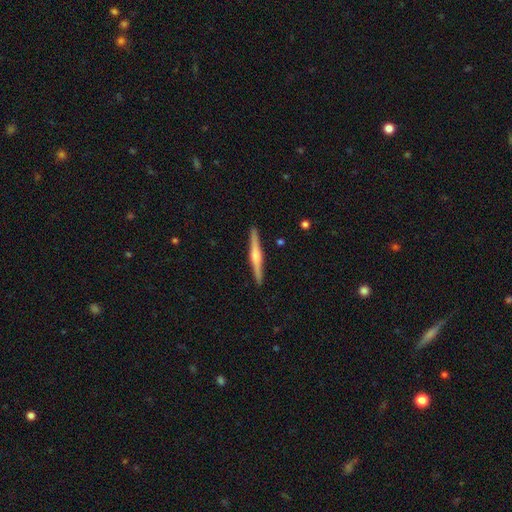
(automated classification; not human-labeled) Q: Smooth or featured?
A: featured or disk (70%); runner-up: smooth (25%)
Q: Edge-on disk?
A: yes (98%); runner-up: no (2%)
Q: Edge-on bulge?
A: rounded (78%); runner-up: boxy (14%)
Q: Merging?
A: none (92%); runner-up: minor disturbance (6%)